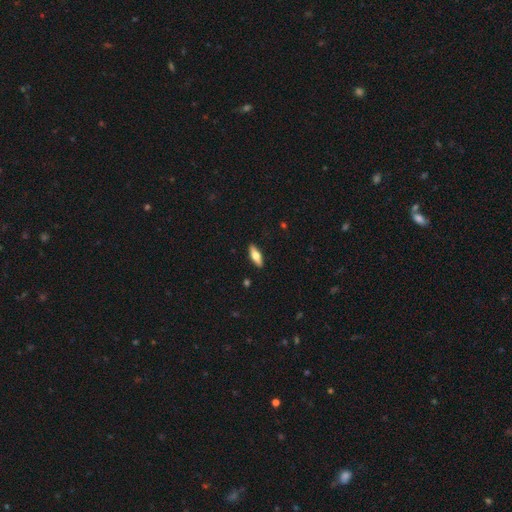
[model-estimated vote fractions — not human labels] Smooth or featured: smooth — 54% (featured or disk — 40%)
How rounded: in between — 57% (cigar-shaped — 40%)
Merging: none — 90% (minor disturbance — 7%)